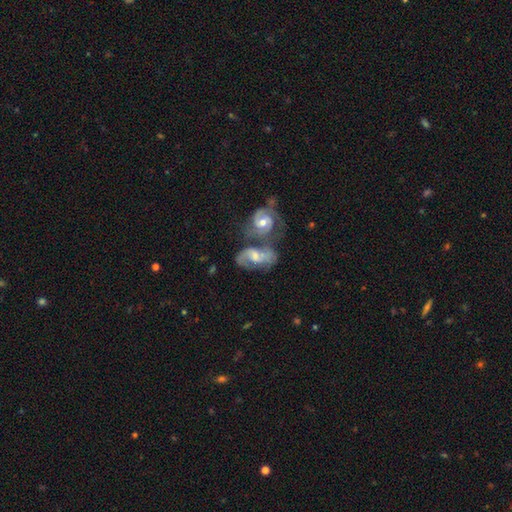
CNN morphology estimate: Smooth or featured? featured or disk (77%)
Edge-on disk? no (96%)
Bar? weak (47%)
Spiral arms? yes (92%)
Spiral winding? medium (54%)
Spiral arm count? 2 (82%)
Bulge size? moderate (62%)
Merging? merger (58%)